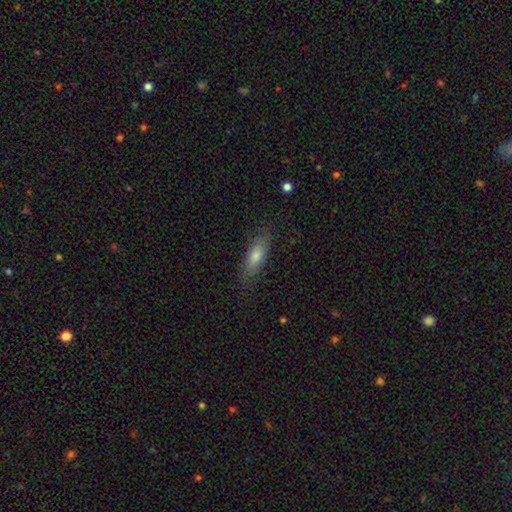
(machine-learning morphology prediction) type=smooth (71%); roundness=cigar-shaped (50%); merging=none (82%).